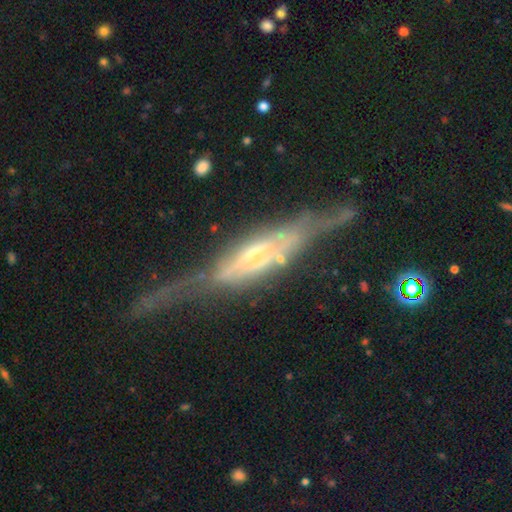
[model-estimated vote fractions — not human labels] A featured or disk galaxy (82%) viewed edge-on (82%) with a rounded central bulge (51%).

Vote fractions:
- Smooth or featured? featured or disk: 82% / smooth: 11% / star or artifact: 7%
- Edge-on disk? yes: 82% / no: 18%
- Edge-on bulge? rounded: 51% / boxy: 33% / none: 16%
- Merging? none: 50% / minor disturbance: 24% / major disturbance: 21% / merger: 4%